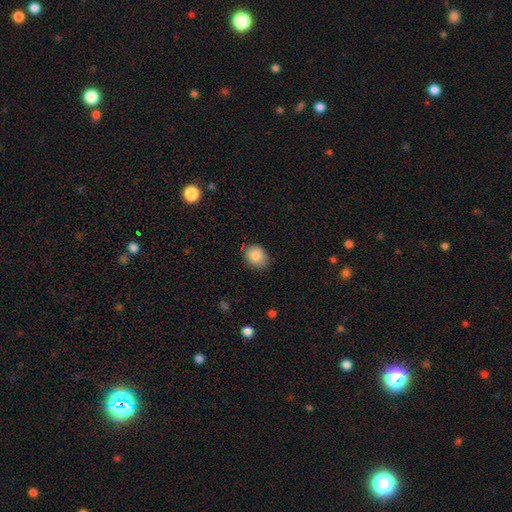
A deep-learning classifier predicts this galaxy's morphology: smooth 85%, star or artifact 8%, featured or disk 6%. Down the decision tree: how rounded — round (50%); merging — none (80%).